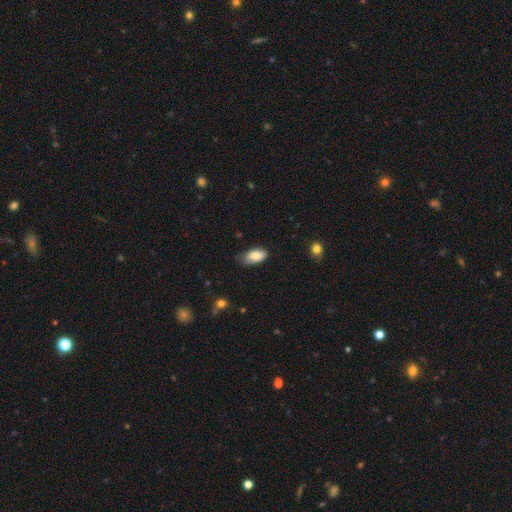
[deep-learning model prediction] This is clearly a smooth galaxy (84%). How rounded: clearly in between (94%). Merging: likely none (61%).